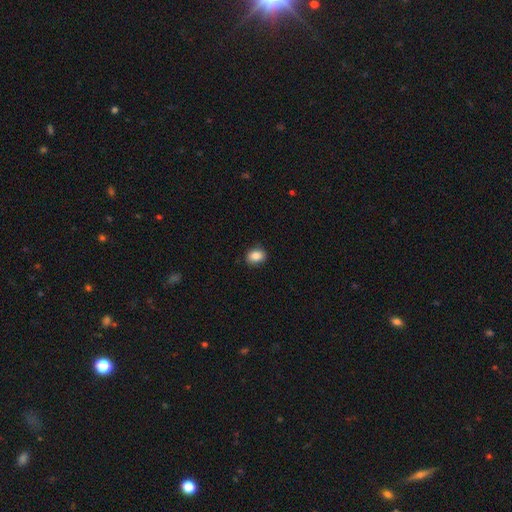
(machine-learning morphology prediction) Q: Smooth or featured?
A: smooth (87%); runner-up: star or artifact (9%)
Q: How rounded?
A: in between (57%); runner-up: round (42%)
Q: Merging?
A: none (87%); runner-up: minor disturbance (10%)